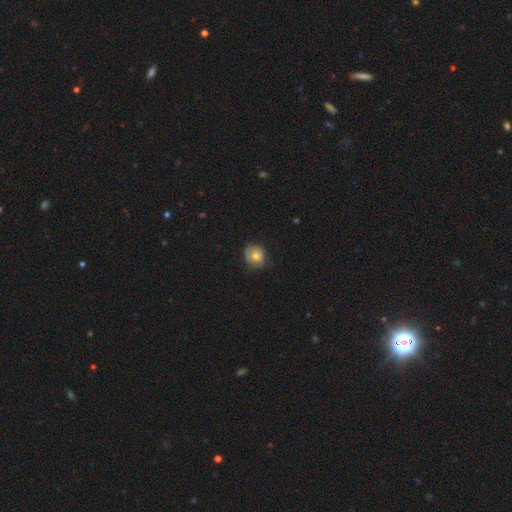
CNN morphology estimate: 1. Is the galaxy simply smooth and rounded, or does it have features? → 71% smooth, 20% featured or disk, 8% star or artifact.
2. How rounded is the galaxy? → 75% round, 24% in between, 1% cigar-shaped.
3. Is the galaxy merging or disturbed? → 67% none, 26% minor disturbance, 6% major disturbance, 1% merger.